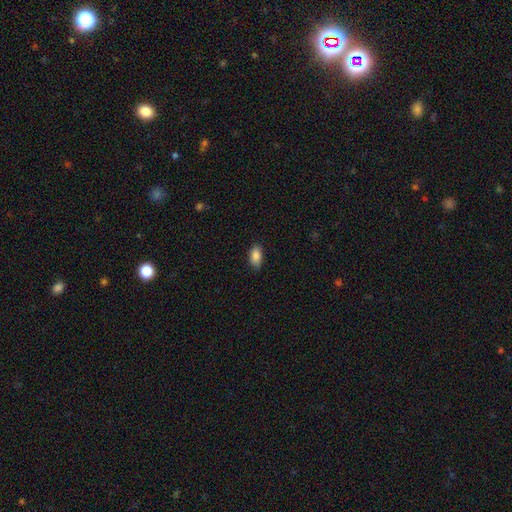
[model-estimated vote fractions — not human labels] This is clearly a smooth galaxy (87%). How rounded: clearly in between (92%). Merging: clearly none (84%).